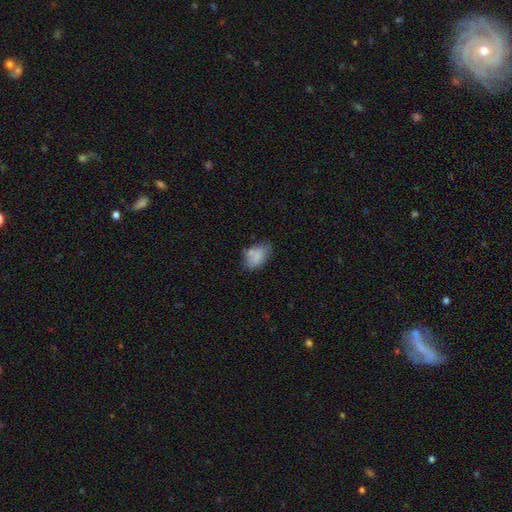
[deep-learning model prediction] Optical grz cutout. It shows a smooth galaxy with no disk features (74%) that is in between round and cigar-shaped (89%). Merging: none (55%).